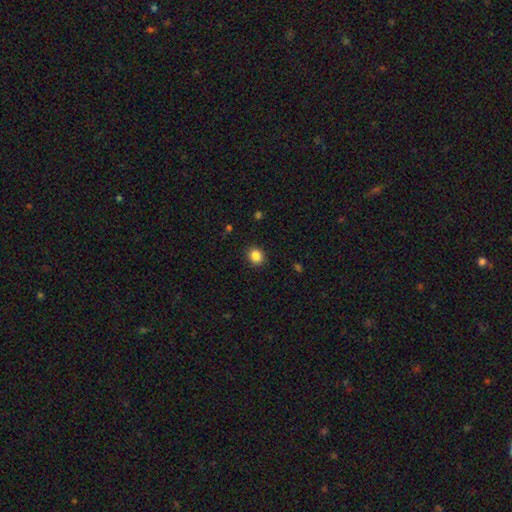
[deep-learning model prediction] Smooth or featured? Predicted: smooth (p=0.86). How rounded? Predicted: round (p=0.74). Merging? Predicted: none (p=0.91).